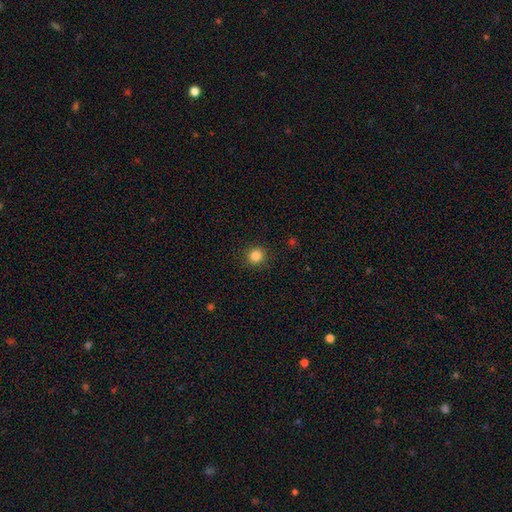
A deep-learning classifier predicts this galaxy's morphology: smooth 84%, star or artifact 11%, featured or disk 4%. Down the decision tree: how rounded — round (91%); merging — none (91%).